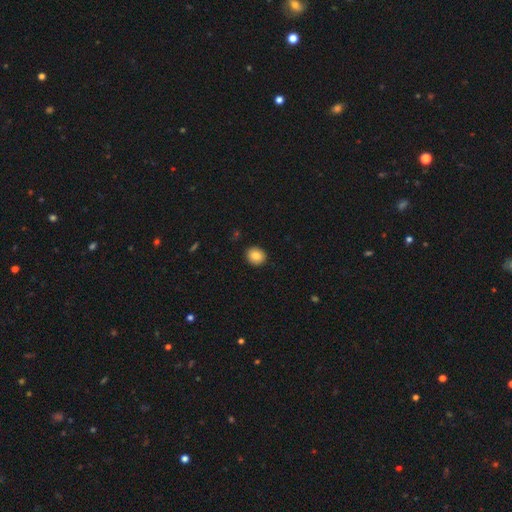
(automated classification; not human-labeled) This is clearly a smooth galaxy (84%). How rounded: likely round (76%). Merging: clearly none (92%).